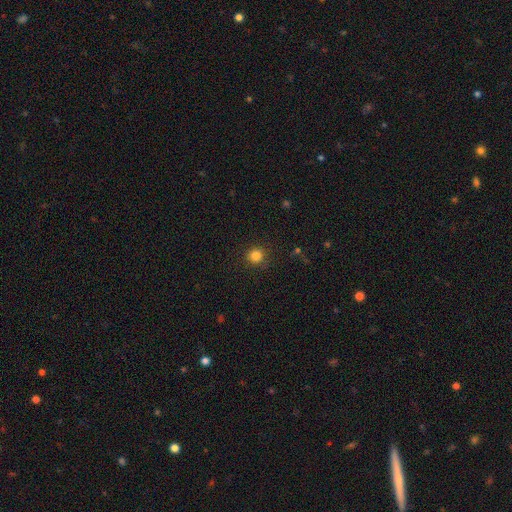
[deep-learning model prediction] smooth 83%, star or artifact 13%, featured or disk 4%. Down the decision tree: how rounded — round (93%); merging — none (89%).